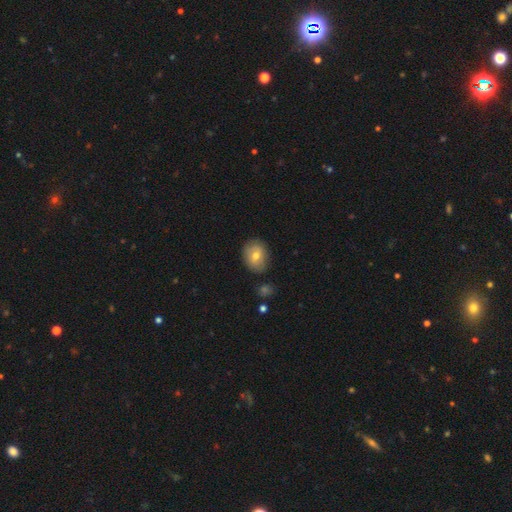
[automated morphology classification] Q: Smooth or featured?
A: smooth (71%); runner-up: featured or disk (21%)
Q: How rounded?
A: in between (52%); runner-up: round (47%)
Q: Merging?
A: none (80%); runner-up: minor disturbance (14%)